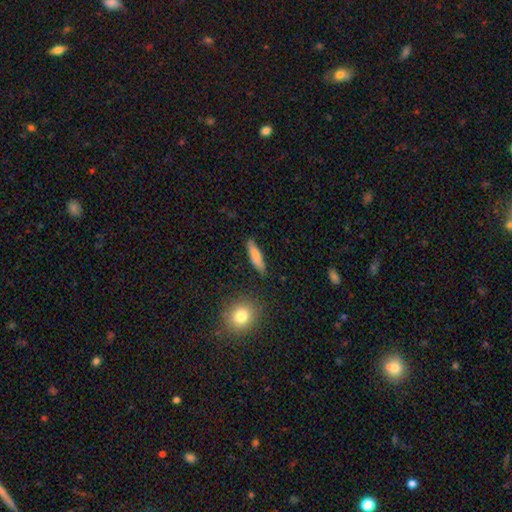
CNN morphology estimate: type=smooth (75%); roundness=cigar-shaped (70%); merging=none (85%).